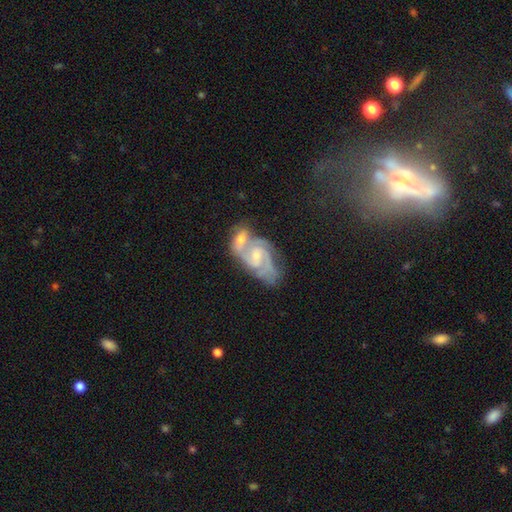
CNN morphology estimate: Smooth or featured: featured or disk — 83% (smooth — 10%)
Edge-on disk: no — 97% (yes — 3%)
Bar: weak — 46% (no — 44%)
Spiral arms: yes — 95% (no — 5%)
Spiral winding: medium — 52% (tight — 32%)
Spiral arm count: 2 — 60% (3 — 18%)
Bulge size: small — 52% (moderate — 37%)
Merging: merger — 54% (none — 25%)